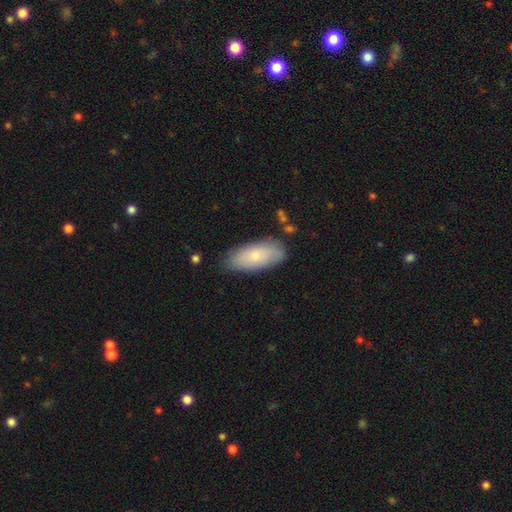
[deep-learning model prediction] Q: Smooth or featured?
A: smooth (74%); runner-up: featured or disk (20%)
Q: How rounded?
A: in between (87%); runner-up: cigar-shaped (10%)
Q: Merging?
A: none (80%); runner-up: minor disturbance (16%)